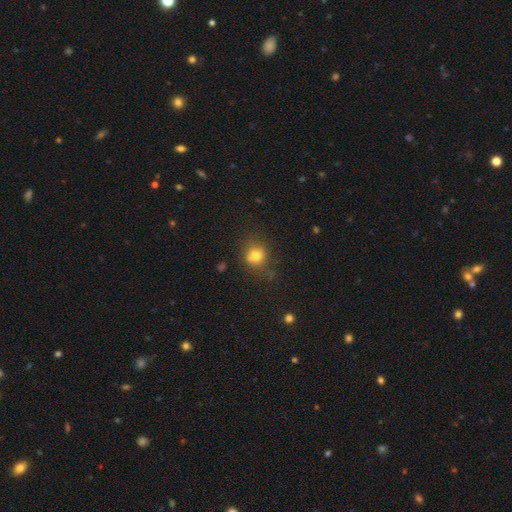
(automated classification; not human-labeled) Q: Smooth or featured?
A: smooth (74%); runner-up: star or artifact (14%)
Q: How rounded?
A: round (78%); runner-up: in between (21%)
Q: Merging?
A: none (64%); runner-up: minor disturbance (17%)